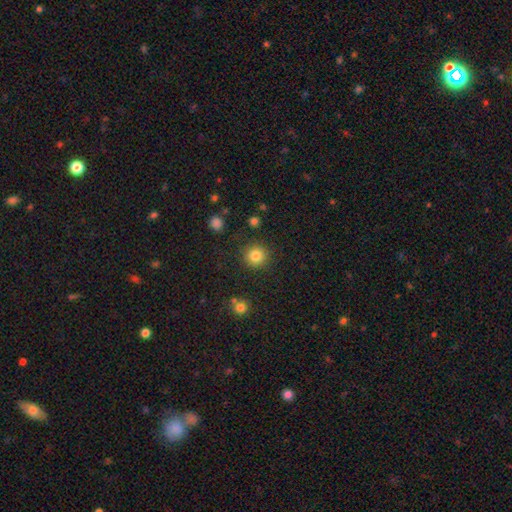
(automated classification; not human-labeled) smooth 84%, star or artifact 11%, featured or disk 5%. Down the decision tree: how rounded — round (93%); merging — none (88%).